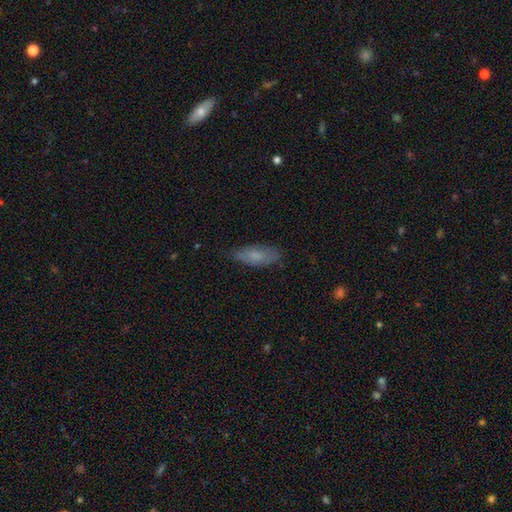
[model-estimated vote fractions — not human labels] smooth_or_featured: smooth (p=0.69) [alt: featured or disk p=0.24]
how_rounded: in between (p=0.71) [alt: cigar-shaped p=0.27]
merging: none (p=0.72) [alt: minor disturbance p=0.22]